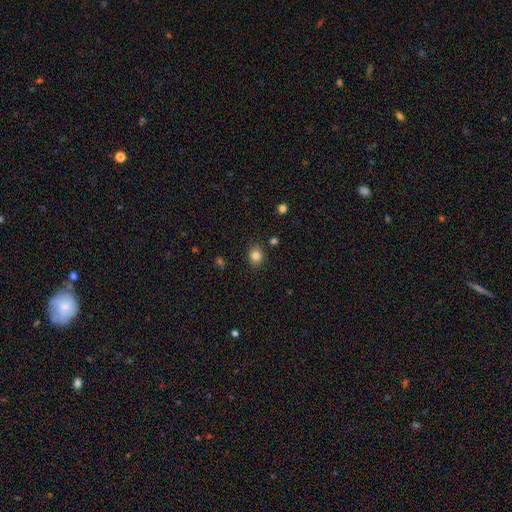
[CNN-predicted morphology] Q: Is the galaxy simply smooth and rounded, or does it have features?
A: smooth — 83%.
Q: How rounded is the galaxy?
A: round — 66%.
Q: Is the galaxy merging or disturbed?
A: none — 86%.